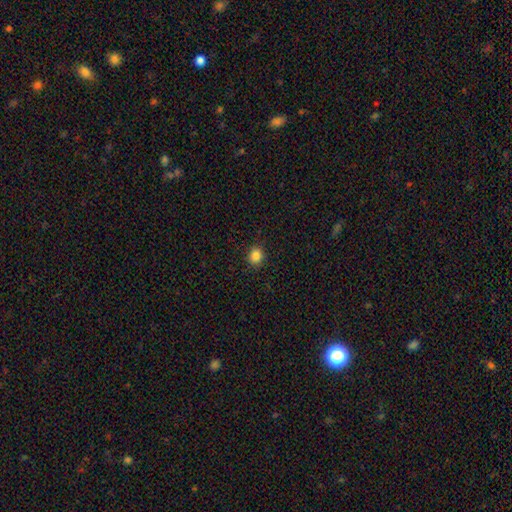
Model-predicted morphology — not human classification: Smooth or featured? Predicted: smooth (p=0.85). How rounded? Predicted: round (p=0.76). Merging? Predicted: none (p=0.90).